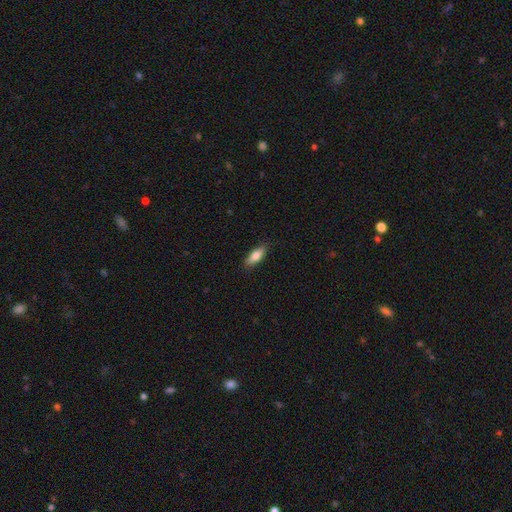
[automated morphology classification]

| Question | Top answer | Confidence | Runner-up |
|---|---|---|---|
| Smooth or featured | smooth | 79% | featured or disk (14%) |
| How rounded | in between | 67% | cigar-shaped (31%) |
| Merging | none | 85% | minor disturbance (12%) |